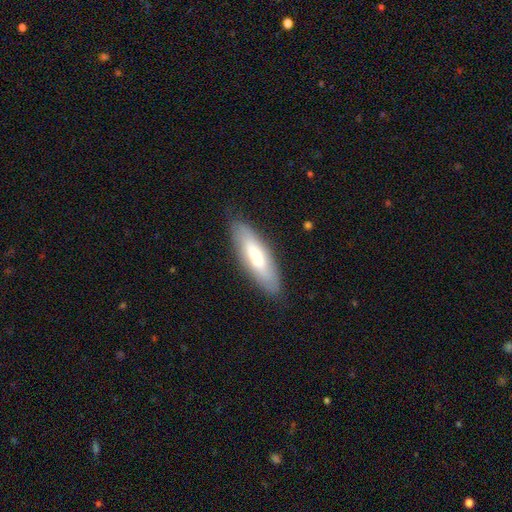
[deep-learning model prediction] The model was most divided on "how rounded": cigar-shaped: 53%, in between: 46%, round: 2%. More confident: merging — none (84%); smooth or featured — smooth (63%).